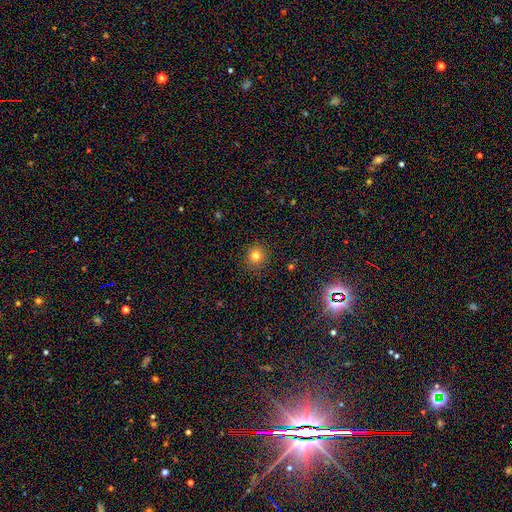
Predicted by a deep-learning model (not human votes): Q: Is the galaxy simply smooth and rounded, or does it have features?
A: smooth — 78%.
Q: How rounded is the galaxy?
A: round — 93%.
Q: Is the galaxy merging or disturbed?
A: none — 91%.